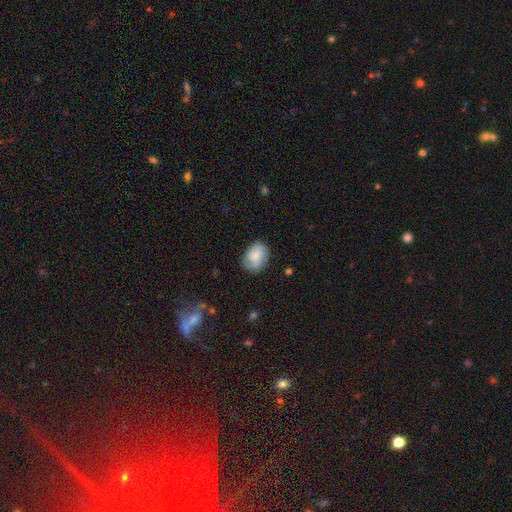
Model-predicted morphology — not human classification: A smooth galaxy with no disk features (68%) that is in between round and cigar-shaped (68%).

Vote fractions:
- Smooth or featured? smooth: 68% / featured or disk: 25% / star or artifact: 7%
- How rounded? in between: 68% / round: 30% / cigar-shaped: 1%
- Merging? none: 75% / minor disturbance: 19% / major disturbance: 5% / merger: 1%